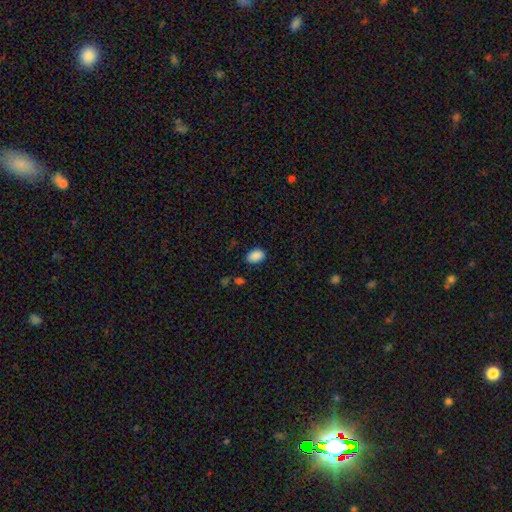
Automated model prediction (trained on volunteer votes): This is clearly a smooth galaxy (89%). How rounded: clearly in between (87%). Merging: clearly none (84%).